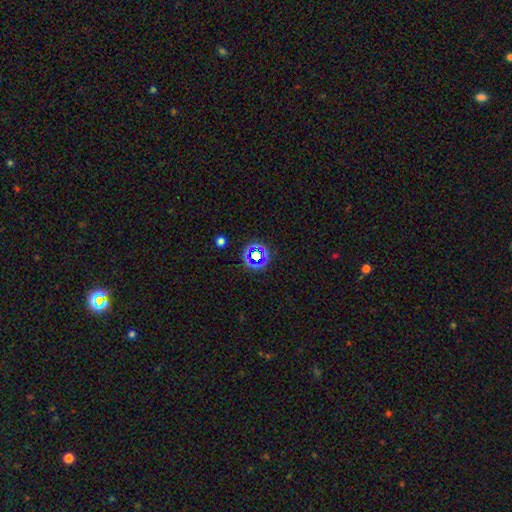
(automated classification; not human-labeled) smooth_or_featured: star or artifact (p=0.60) [alt: smooth p=0.28]